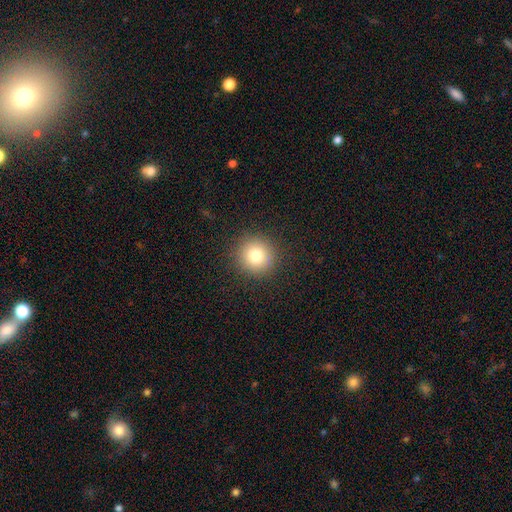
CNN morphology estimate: smooth 79%, star or artifact 12%, featured or disk 9%. Down the decision tree: how rounded — round (94%); merging — none (91%).